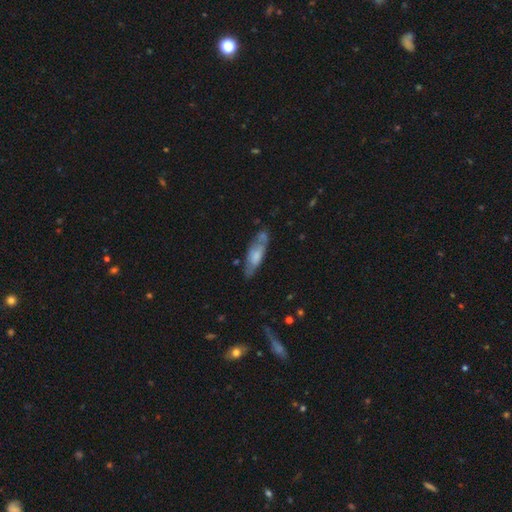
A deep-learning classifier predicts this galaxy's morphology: Smooth or featured?
  - smooth: 57% *
  - featured or disk: 37%
  - star or artifact: 6%
How rounded?
  - in between: 50% *
  - cigar-shaped: 48%
  - round: 2%
Merging?
  - none: 62% *
  - minor disturbance: 24%
  - major disturbance: 7%
  - merger: 6%